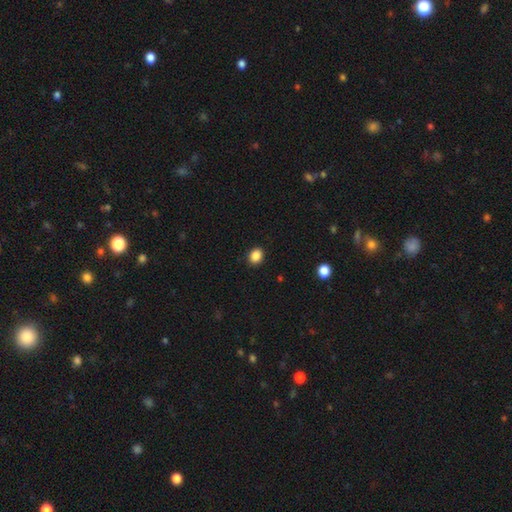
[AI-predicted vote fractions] smooth-or-featured: smooth: 87% | star or artifact: 10% | featured or disk: 3%
  how-rounded: in between: 53% | round: 46% | cigar-shaped: 1%
  merging: none: 89% | minor disturbance: 8% | major disturbance: 2% | merger: 1%